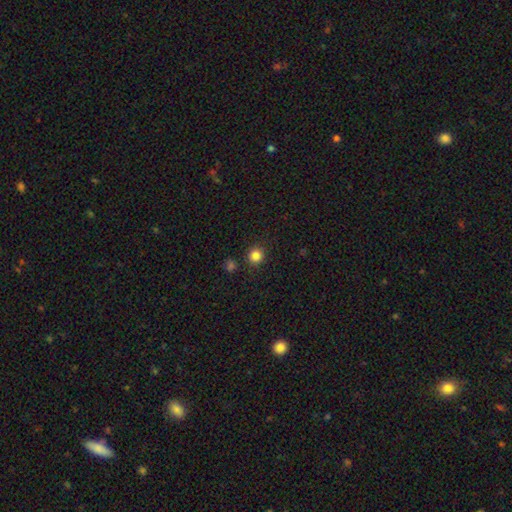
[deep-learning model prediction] Q: Smooth or featured?
A: smooth (83%); runner-up: star or artifact (13%)
Q: How rounded?
A: round (92%); runner-up: in between (7%)
Q: Merging?
A: none (88%); runner-up: minor disturbance (6%)